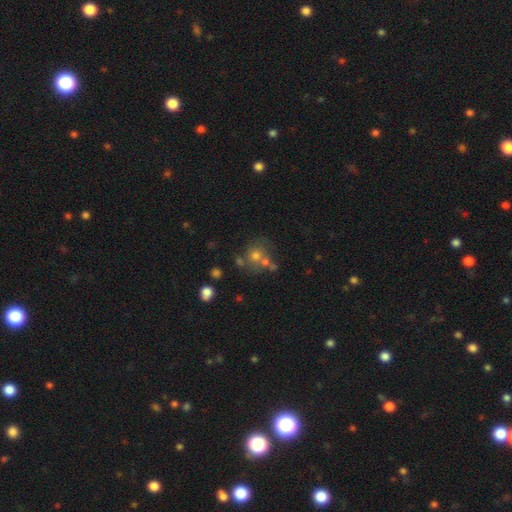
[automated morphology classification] smooth-or-featured: smooth: 51% | star or artifact: 27% | featured or disk: 22%
  how-rounded: round: 82% | in between: 17% | cigar-shaped: 1%
  merging: none: 48% | merger: 33% | minor disturbance: 11% | major disturbance: 7%